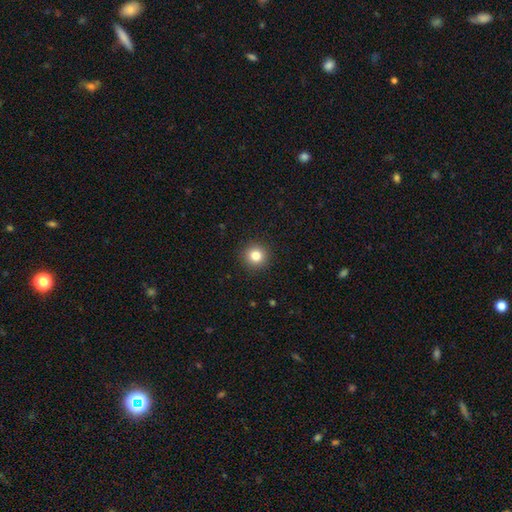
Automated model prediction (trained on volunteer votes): Morphology: type=smooth (81%); roundness=round (95%); merging=none (92%).